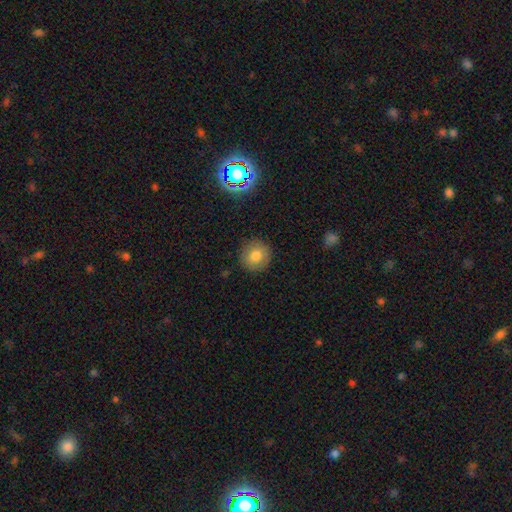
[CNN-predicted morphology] Smooth or featured? smooth (77%)
How rounded? round (93%)
Merging? none (88%)